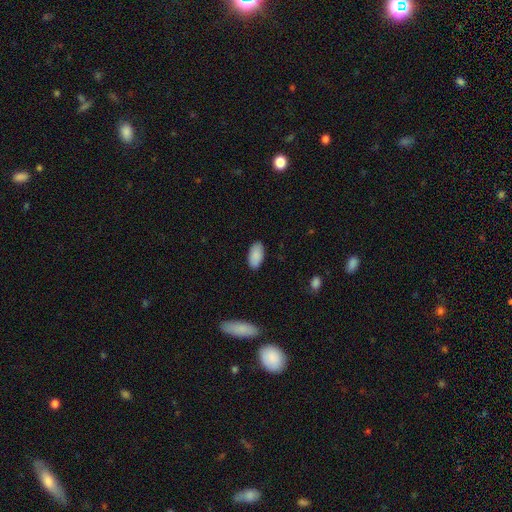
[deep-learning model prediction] A smooth galaxy with no disk features (89%) that is in between round and cigar-shaped (95%). Merging: none (87%).